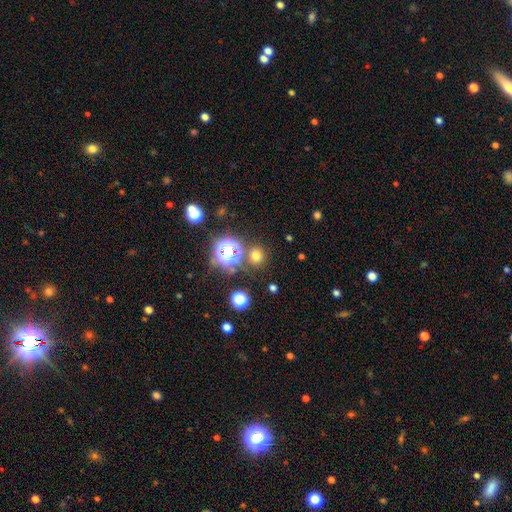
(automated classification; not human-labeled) smooth_or_featured: smooth (p=0.61) [alt: star or artifact p=0.32]
how_rounded: round (p=0.86) [alt: in between p=0.13]
merging: none (p=0.81) [alt: merger p=0.08]